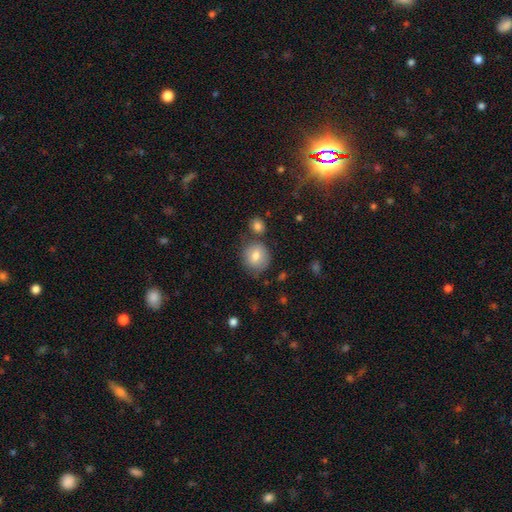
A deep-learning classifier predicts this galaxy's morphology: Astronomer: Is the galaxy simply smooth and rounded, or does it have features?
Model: smooth — 77%.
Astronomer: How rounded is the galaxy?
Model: round — 86%.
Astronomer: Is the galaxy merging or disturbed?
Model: none — 68%.